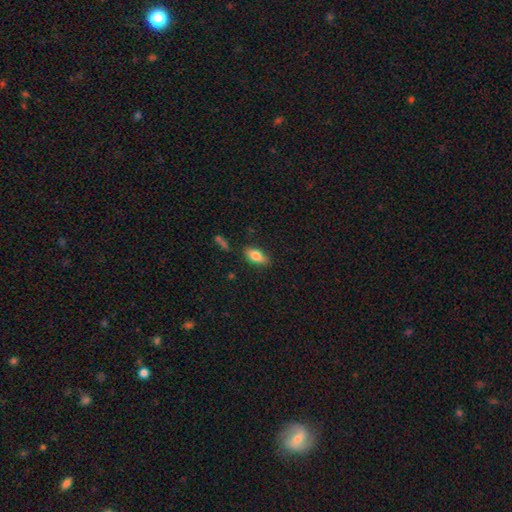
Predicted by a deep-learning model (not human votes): Overall: smooth (76%). How rounded: in between (82%). Merging: none (80%).